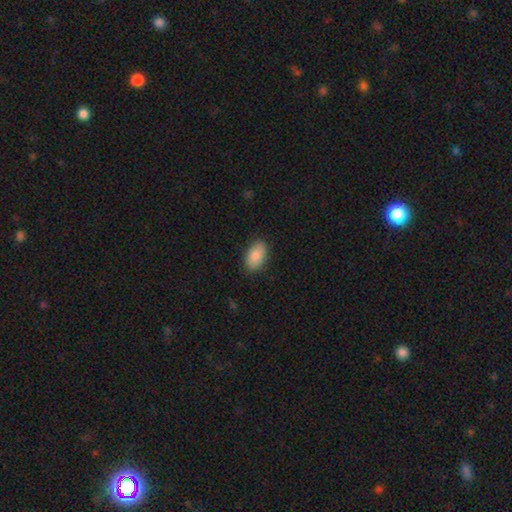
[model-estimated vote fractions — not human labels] smooth_or_featured: smooth (p=0.87) [alt: featured or disk p=0.07]
how_rounded: in between (p=0.93) [alt: round p=0.06]
merging: none (p=0.87) [alt: minor disturbance p=0.10]